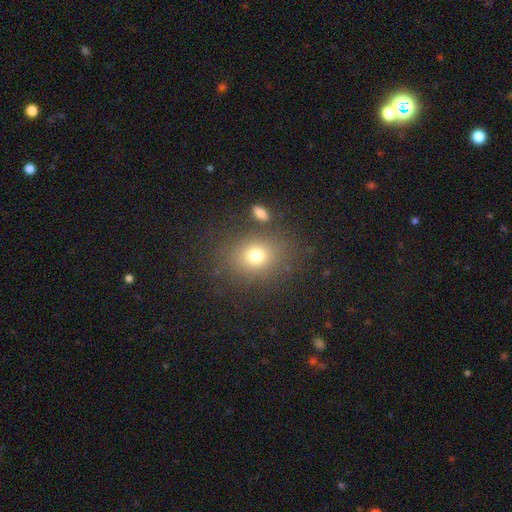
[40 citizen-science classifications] smooth_or_featured: smooth (p=0.78) [alt: star or artifact p=0.12]
how_rounded: round (p=0.55) [alt: in between p=0.42]
merging: none (p=0.71) [alt: minor disturbance p=0.11]